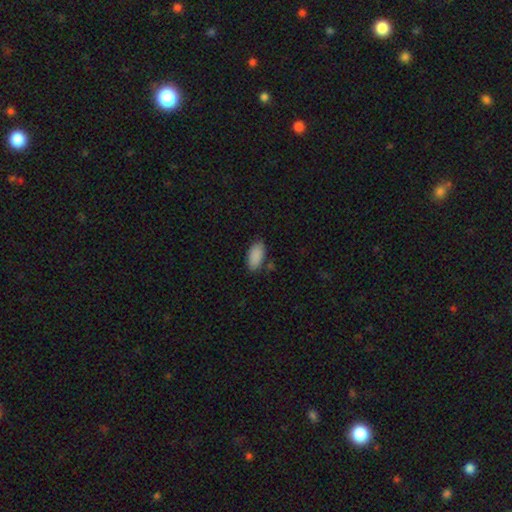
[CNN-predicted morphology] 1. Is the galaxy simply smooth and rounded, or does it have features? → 89% smooth, 7% star or artifact, 4% featured or disk.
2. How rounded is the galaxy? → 93% in between, 5% cigar-shaped, 2% round.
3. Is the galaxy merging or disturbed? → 81% none, 14% minor disturbance, 3% merger, 3% major disturbance.